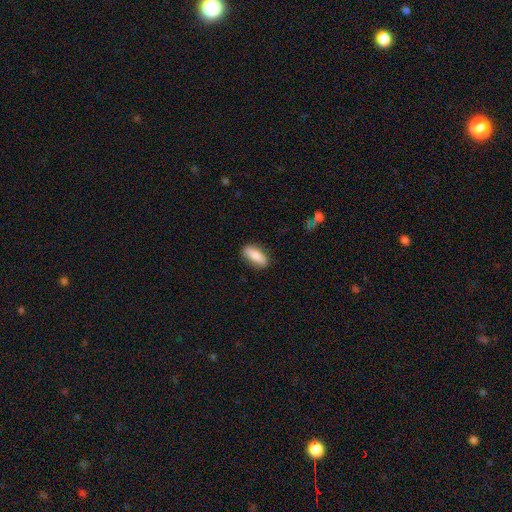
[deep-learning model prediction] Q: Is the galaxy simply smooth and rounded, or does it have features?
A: smooth — 81%.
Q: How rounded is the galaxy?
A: in between — 79%.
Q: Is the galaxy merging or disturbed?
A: none — 84%.